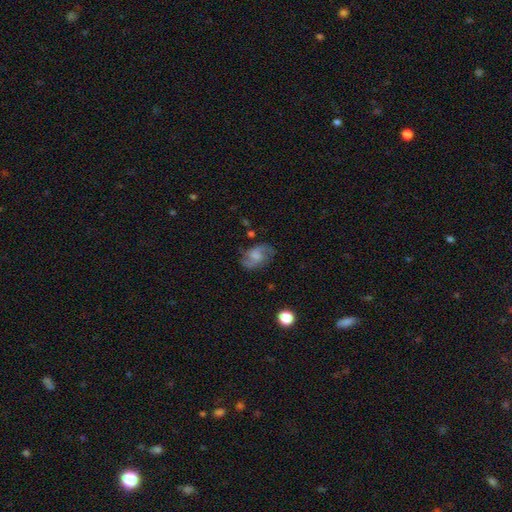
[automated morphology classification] Smooth or featured: featured or disk — 65% (smooth — 26%)
Edge-on disk: no — 97% (yes — 3%)
Bar: no — 53% (weak — 40%)
Spiral arms: yes — 91% (no — 9%)
Spiral winding: medium — 47% (loose — 38%)
Spiral arm count: 2 — 87% (can't tell — 6%)
Bulge size: none — 35% (small — 27%)
Merging: none — 73% (minor disturbance — 18%)